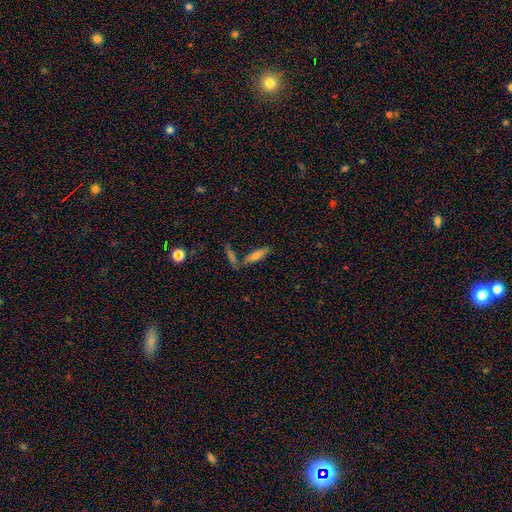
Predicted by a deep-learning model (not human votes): A smooth galaxy with no disk features (65%) that is cigar-shaped (64%).

Vote fractions:
- Smooth or featured? smooth: 65% / featured or disk: 25% / star or artifact: 10%
- How rounded? cigar-shaped: 64% / in between: 33% / round: 2%
- Merging? none: 61% / merger: 23% / minor disturbance: 12% / major disturbance: 4%